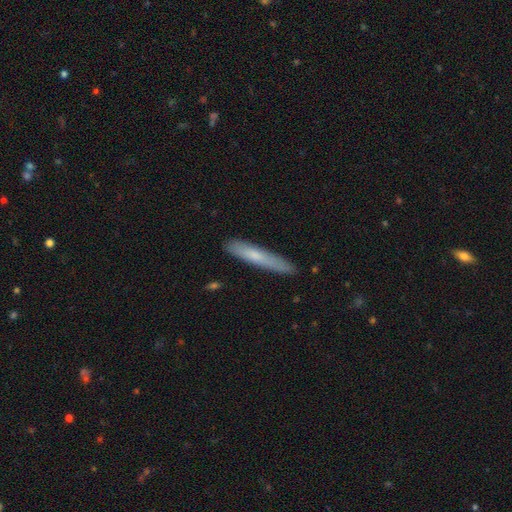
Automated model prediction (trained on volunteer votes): smooth 63%, featured or disk 31%, star or artifact 6%. Down the decision tree: how rounded — cigar-shaped (94%); merging — none (84%).